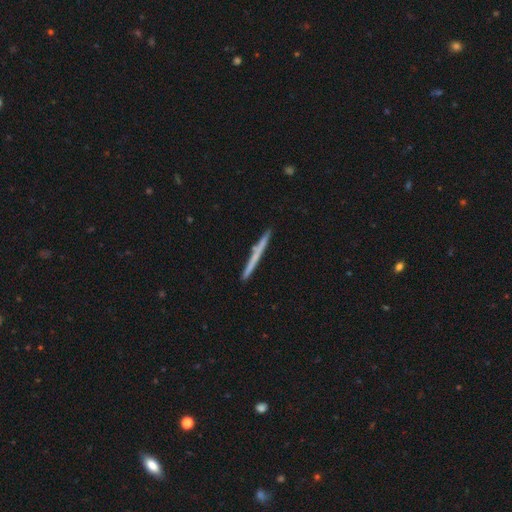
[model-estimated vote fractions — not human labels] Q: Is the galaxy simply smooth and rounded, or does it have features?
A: smooth — 49%.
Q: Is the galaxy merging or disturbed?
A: none — 91%.